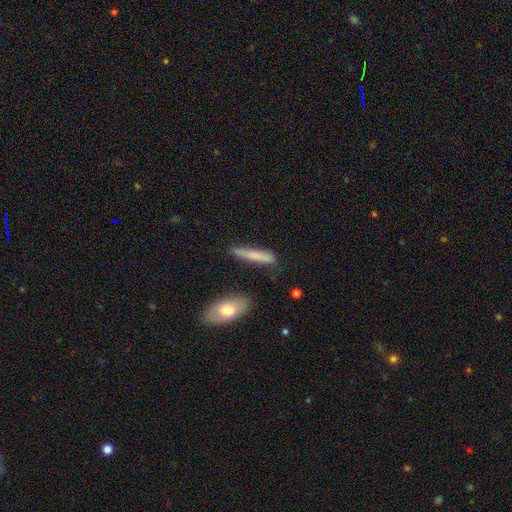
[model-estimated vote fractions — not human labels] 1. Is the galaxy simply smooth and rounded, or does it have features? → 73% smooth, 21% featured or disk, 7% star or artifact.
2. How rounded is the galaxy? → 90% cigar-shaped, 8% in between, 2% round.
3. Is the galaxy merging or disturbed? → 82% none, 13% minor disturbance, 3% merger, 3% major disturbance.